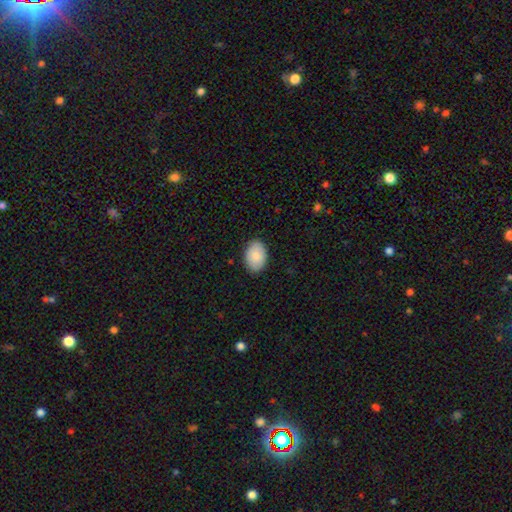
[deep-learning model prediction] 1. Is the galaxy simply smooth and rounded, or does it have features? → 86% smooth, 9% featured or disk, 6% star or artifact.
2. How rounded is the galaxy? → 85% in between, 14% round, 1% cigar-shaped.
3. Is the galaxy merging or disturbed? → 87% none, 10% minor disturbance, 2% major disturbance, 1% merger.